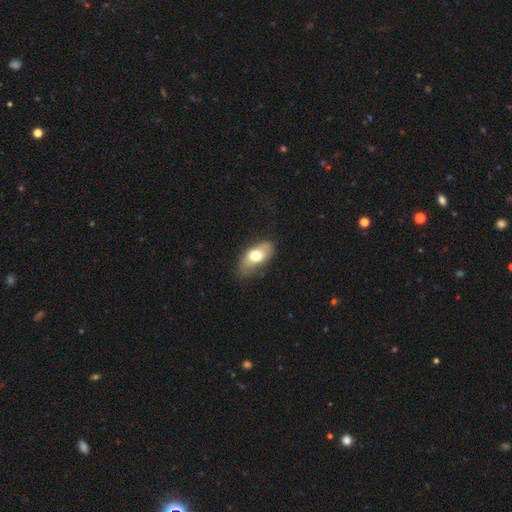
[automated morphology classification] A smooth galaxy with no disk features (69%) that is in between round and cigar-shaped (89%). Merging: none (60%).